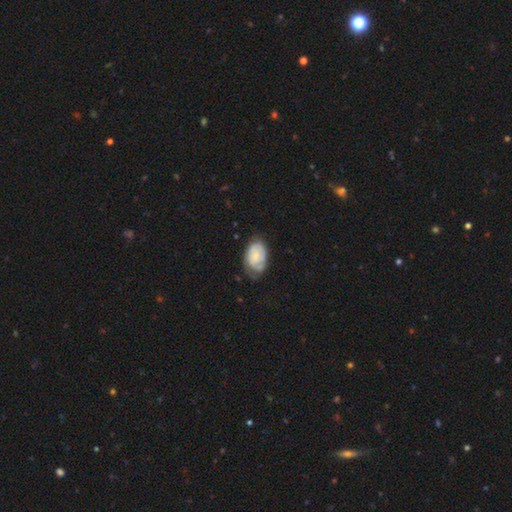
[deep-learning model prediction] smooth_or_featured: smooth (p=0.48) [alt: featured or disk p=0.45]
merging: none (p=0.51) [alt: minor disturbance p=0.34]